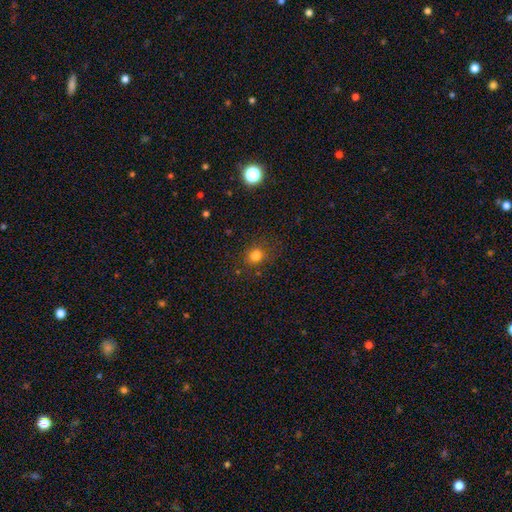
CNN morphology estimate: Smooth or featured: smooth — 79% (star or artifact — 15%)
How rounded: round — 67% (in between — 32%)
Merging: none — 79% (minor disturbance — 13%)